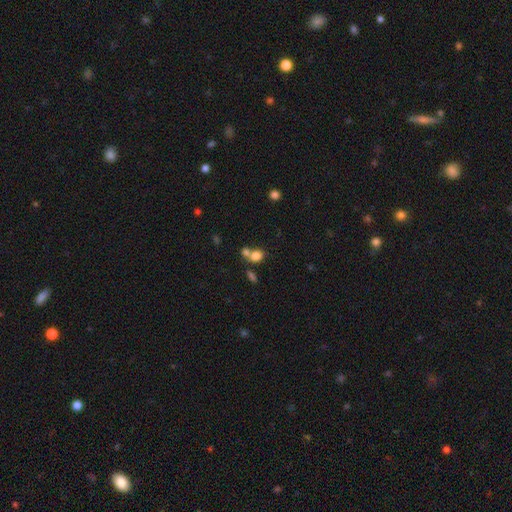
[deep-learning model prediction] Smooth or featured? smooth (78%)
How rounded? round (53%)
Merging? none (44%)